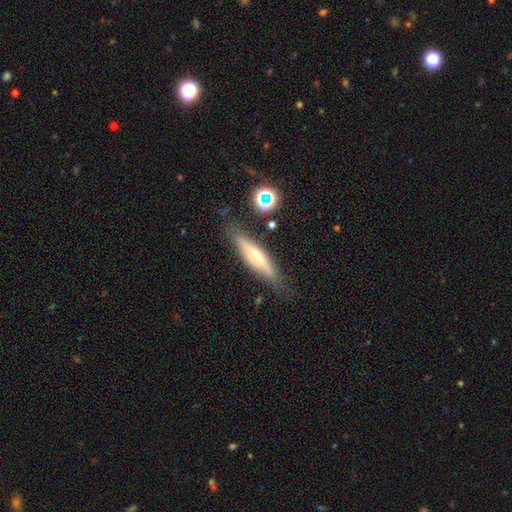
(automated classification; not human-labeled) Q: Smooth or featured?
A: featured or disk (48%); runner-up: smooth (43%)
Q: Merging?
A: none (80%); runner-up: minor disturbance (14%)